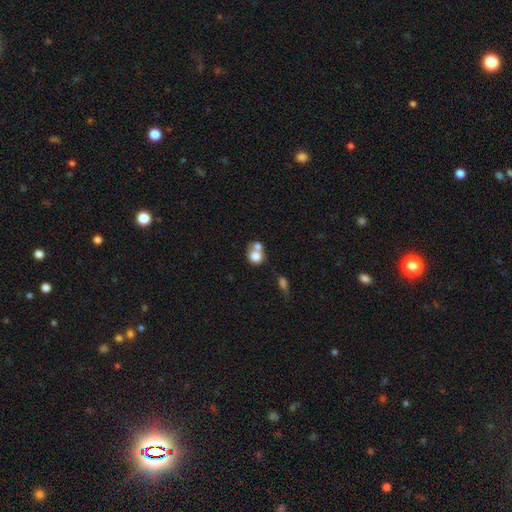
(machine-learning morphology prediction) smooth_or_featured: smooth (p=0.74) [alt: featured or disk p=0.16]
how_rounded: round (p=0.71) [alt: in between p=0.28]
merging: merger (p=0.57) [alt: none p=0.30]